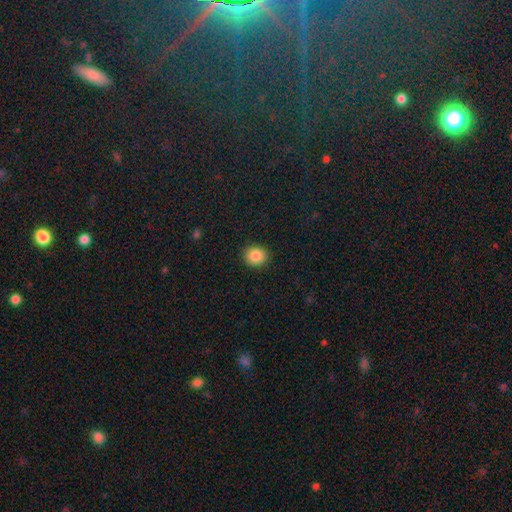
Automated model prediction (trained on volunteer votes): A smooth galaxy with no disk features (85%) that is round (82%). Merging: none (91%).